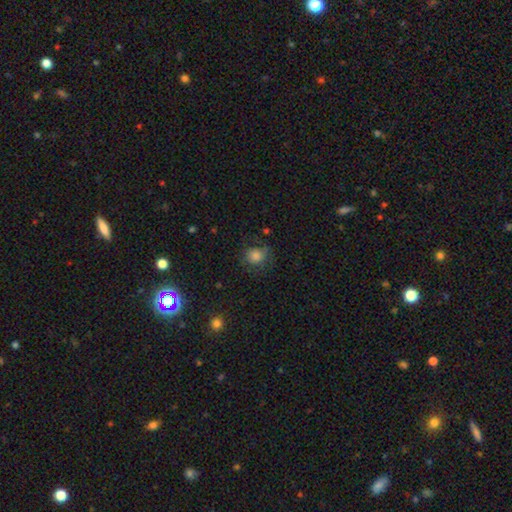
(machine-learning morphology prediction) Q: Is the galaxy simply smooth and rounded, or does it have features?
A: smooth — 73%.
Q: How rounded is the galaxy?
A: round — 78%.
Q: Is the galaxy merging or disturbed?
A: none — 65%.